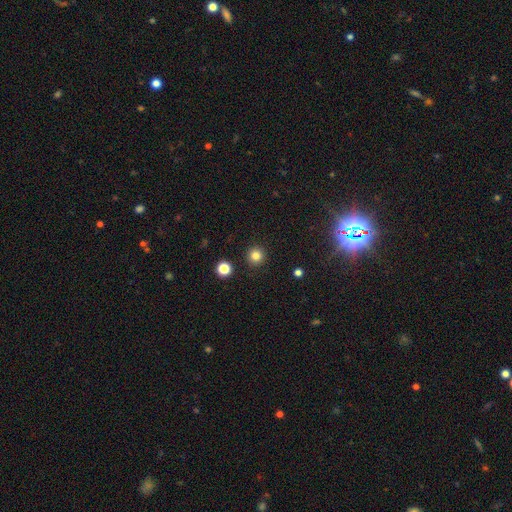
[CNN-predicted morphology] A smooth galaxy with no disk features (82%) that is round (95%).

Vote fractions:
- Smooth or featured? smooth: 82% / star or artifact: 13% / featured or disk: 5%
- How rounded? round: 95% / in between: 4% / cigar-shaped: 1%
- Merging? none: 92% / minor disturbance: 5% / major disturbance: 2% / merger: 2%